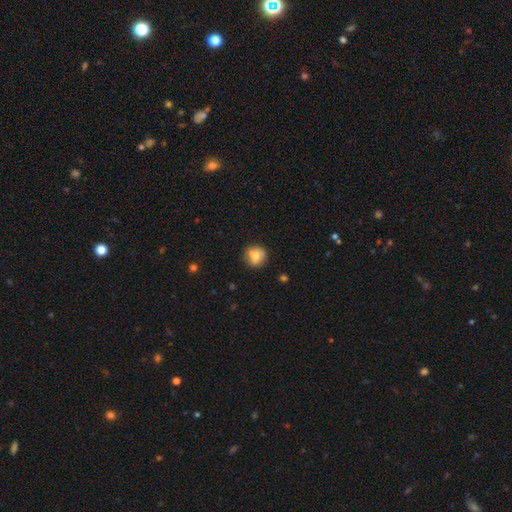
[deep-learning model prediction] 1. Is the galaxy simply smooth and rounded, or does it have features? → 67% smooth, 23% featured or disk, 10% star or artifact.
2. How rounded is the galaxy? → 88% round, 10% in between, 1% cigar-shaped.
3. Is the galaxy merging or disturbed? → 70% none, 14% minor disturbance, 13% merger, 4% major disturbance.